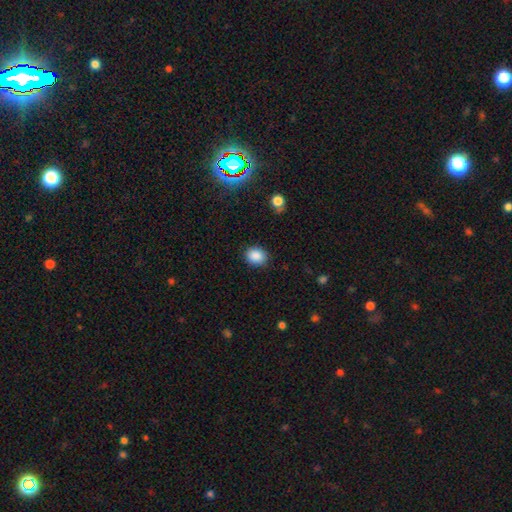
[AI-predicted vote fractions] Overall: smooth (87%). How rounded: round (61%; in between 38%). Merging: none (85%).